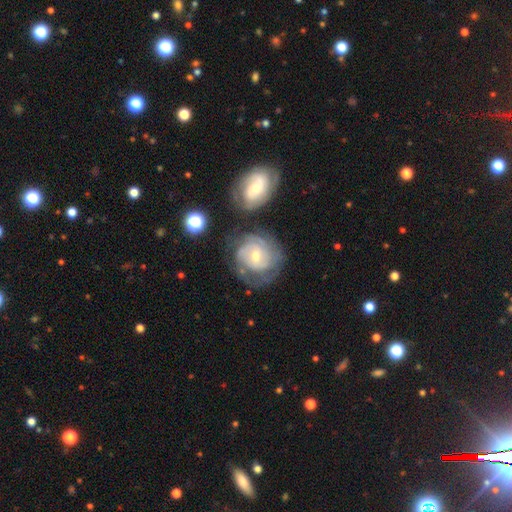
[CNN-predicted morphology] Smooth or featured: featured or disk — 76% (smooth — 17%)
Edge-on disk: no — 97% (yes — 3%)
Bar: no — 52% (weak — 40%)
Spiral arms: yes — 89% (no — 11%)
Spiral winding: tight — 65% (medium — 27%)
Spiral arm count: can't tell — 41% (2 — 25%)
Bulge size: moderate — 52% (small — 44%)
Merging: none — 54% (minor disturbance — 20%)